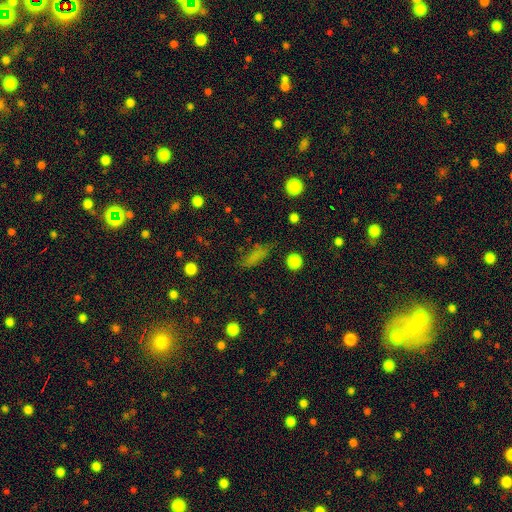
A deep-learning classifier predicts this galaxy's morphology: smooth_or_featured: smooth (p=0.75) [alt: star or artifact p=0.14]
how_rounded: cigar-shaped (p=0.47) [tied with: in between p=0.47]
merging: none (p=0.72) [alt: minor disturbance p=0.19]